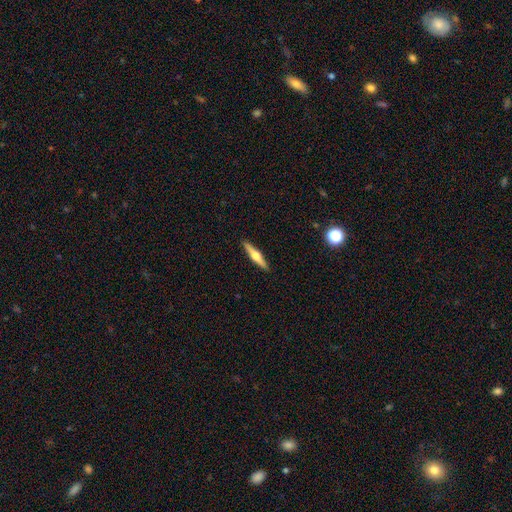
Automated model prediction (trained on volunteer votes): Smooth or featured?
  - featured or disk: 63% *
  - smooth: 32%
  - star or artifact: 5%
Edge-on disk?
  - yes: 97% *
  - no: 3%
Edge-on bulge?
  - rounded: 93% *
  - boxy: 4%
  - none: 3%
Merging?
  - none: 92% *
  - minor disturbance: 6%
  - major disturbance: 1%
  - merger: 1%